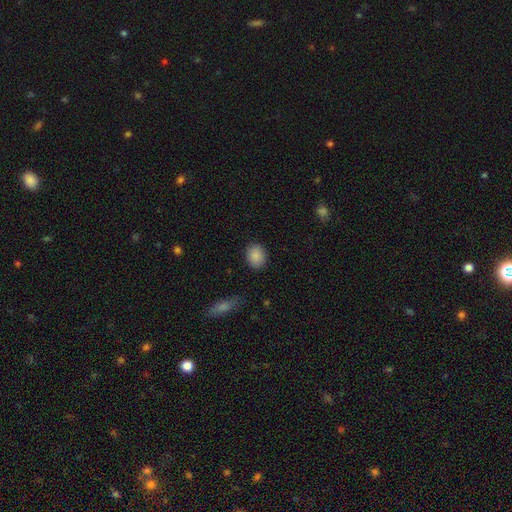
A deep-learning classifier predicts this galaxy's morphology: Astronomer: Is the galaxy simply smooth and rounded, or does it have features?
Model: smooth — 88%.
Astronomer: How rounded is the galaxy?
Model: round — 54% (runner-up: in between, 45%).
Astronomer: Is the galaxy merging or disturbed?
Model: none — 88%.